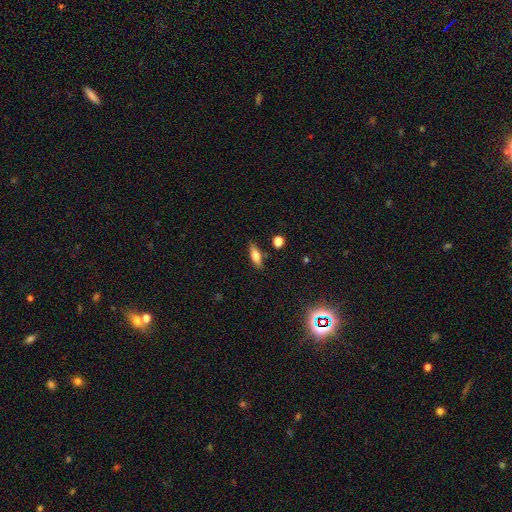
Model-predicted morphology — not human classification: Smooth or featured? Predicted: smooth (p=0.60). How rounded? Predicted: in between (p=0.55). Merging? Predicted: none (p=0.83).